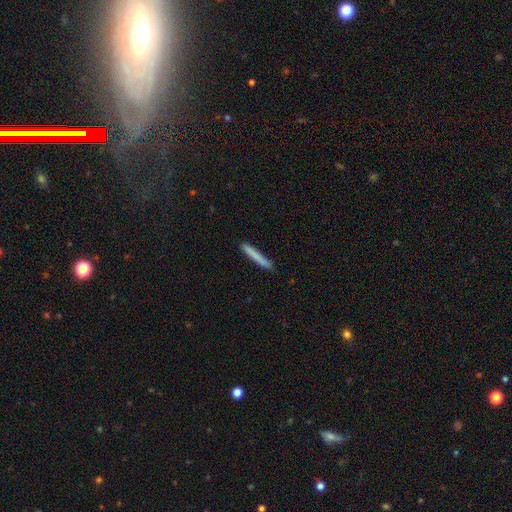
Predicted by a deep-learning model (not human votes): smooth_or_featured: smooth (p=0.77) [alt: featured or disk p=0.17]
how_rounded: cigar-shaped (p=0.97) [alt: in between p=0.02]
merging: none (p=0.89) [alt: minor disturbance p=0.08]